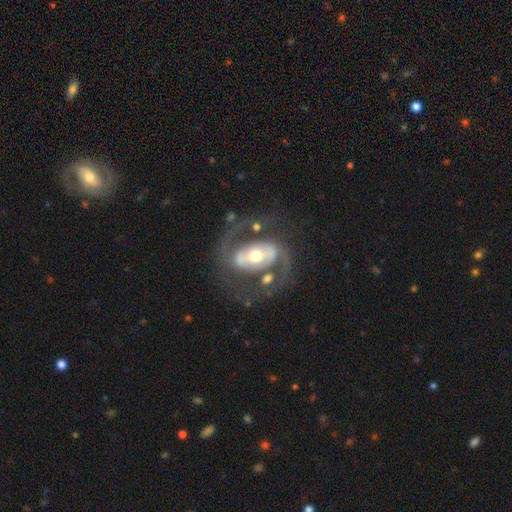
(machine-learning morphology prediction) Overall: featured or disk (88%). Edge-on disk: no (97%). Bar: strong (45%; weak 30%). Spiral arms: yes (91%). Spiral arm count: 2 (91%). Spiral winding: medium (56%; loose 25%). Bulge size: moderate (65%). Merging: none (66%).